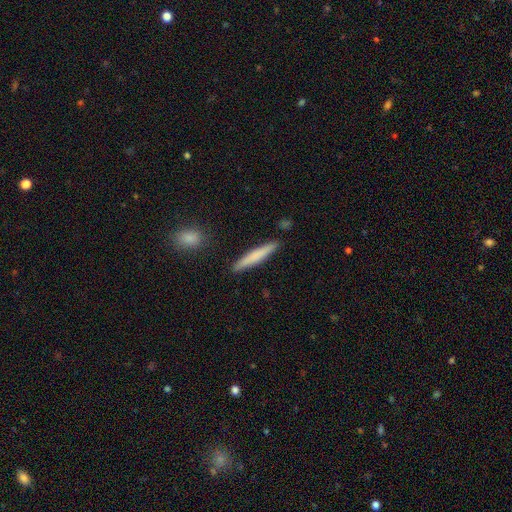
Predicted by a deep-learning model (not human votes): smooth 68%, featured or disk 26%, star or artifact 5%. Down the decision tree: how rounded — cigar-shaped (95%); merging — none (89%).